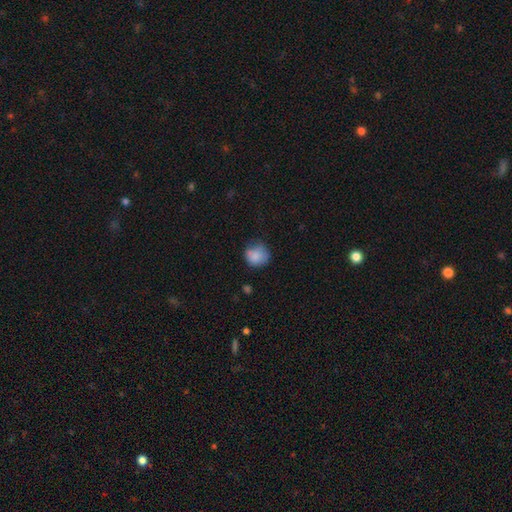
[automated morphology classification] This is clearly a smooth galaxy (82%). How rounded: clearly round (83%). Merging: likely none (61%).